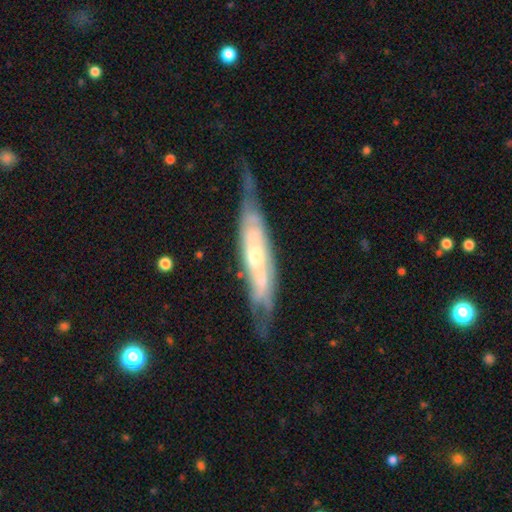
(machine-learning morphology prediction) type=featured or disk (65%); edge-on=no (57%); merging=none (57%).